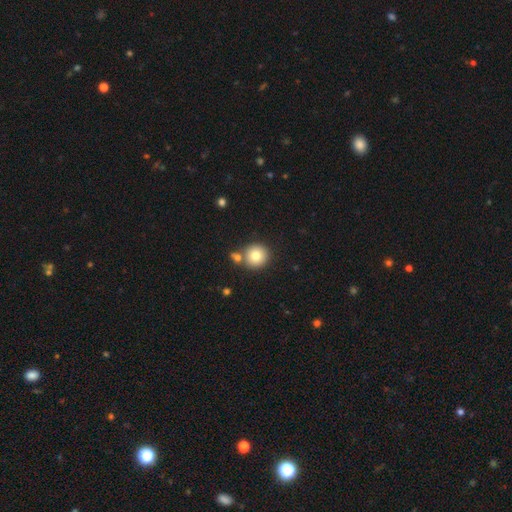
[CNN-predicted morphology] smooth 80%, featured or disk 10%, star or artifact 10%. Down the decision tree: how rounded — round (92%); merging — none (70%).